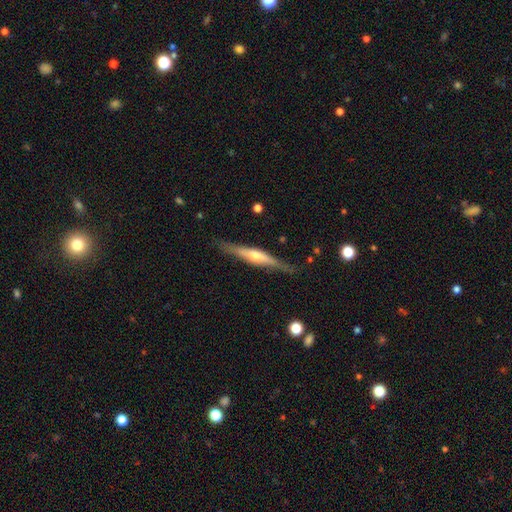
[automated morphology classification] smooth-or-featured: featured or disk: 72% | smooth: 23% | star or artifact: 6%
  disk-edge-on: yes: 97% | no: 3%
    edge-on-bulge: rounded: 79% | boxy: 11% | none: 10%
  merging: none: 86% | minor disturbance: 11% | major disturbance: 2% | merger: 1%